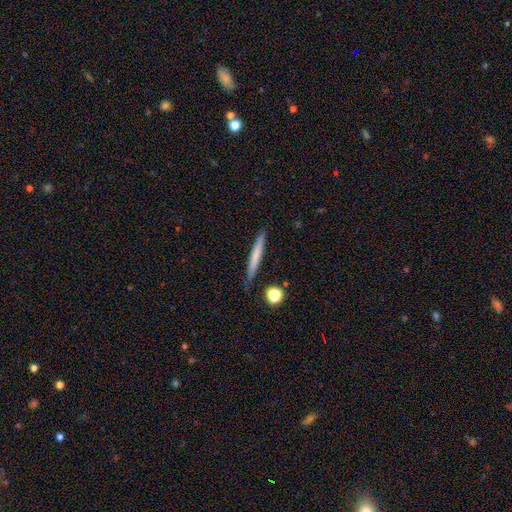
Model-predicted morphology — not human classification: Smooth or featured? Predicted: smooth (p=0.65). How rounded? Predicted: cigar-shaped (p=0.96). Merging? Predicted: none (p=0.85).